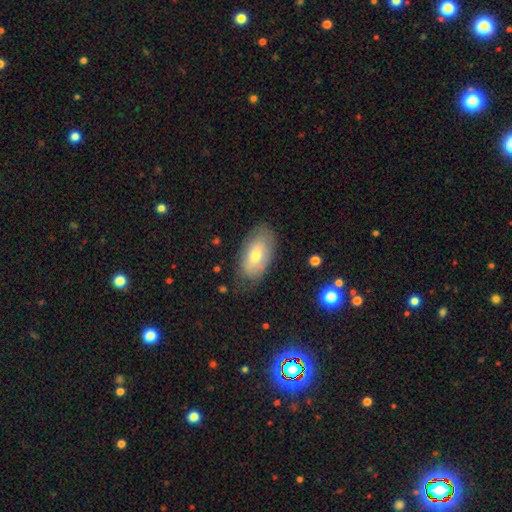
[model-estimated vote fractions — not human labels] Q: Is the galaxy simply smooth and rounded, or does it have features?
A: smooth — 57%.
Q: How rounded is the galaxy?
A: in between — 93%.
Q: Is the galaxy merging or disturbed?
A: none — 74%.